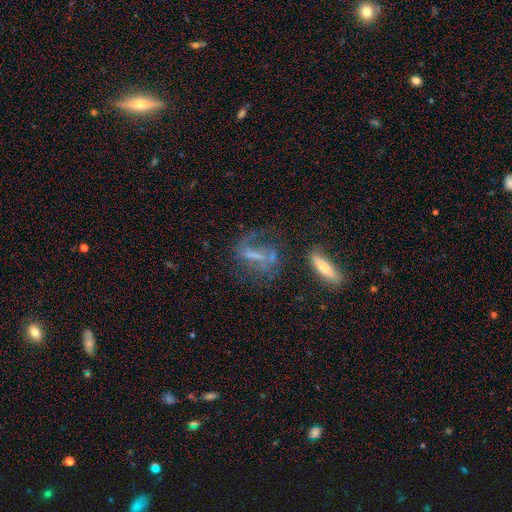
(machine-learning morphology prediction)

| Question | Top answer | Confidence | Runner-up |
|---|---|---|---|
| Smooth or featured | featured or disk | 56% | smooth (27%) |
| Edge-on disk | no | 84% | yes (16%) |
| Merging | none | 42% | major disturbance (31%) |